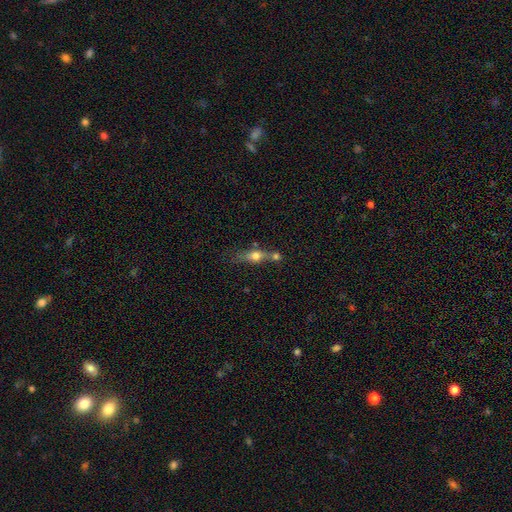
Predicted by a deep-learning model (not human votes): A smooth galaxy with no disk features (51%) that is in between round and cigar-shaped (42%). Merging: none (41%).